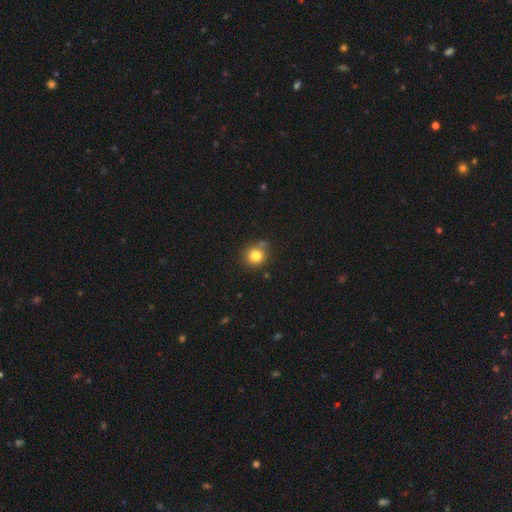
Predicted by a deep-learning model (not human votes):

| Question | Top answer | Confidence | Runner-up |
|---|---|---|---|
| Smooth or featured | smooth | 82% | star or artifact (11%) |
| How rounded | round | 87% | in between (12%) |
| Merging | none | 74% | minor disturbance (15%) |